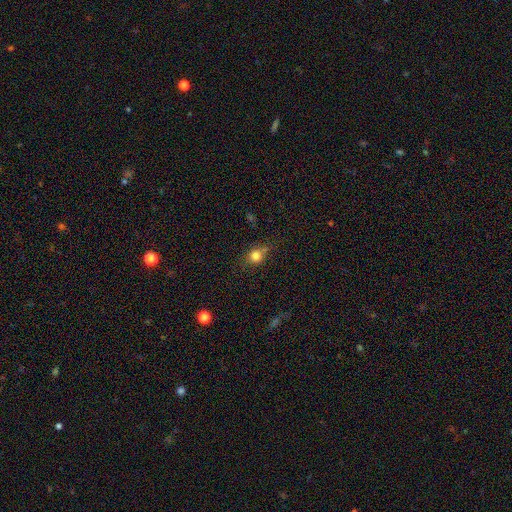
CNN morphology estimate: Q: Smooth or featured?
A: smooth (79%); runner-up: star or artifact (12%)
Q: How rounded?
A: round (74%); runner-up: in between (24%)
Q: Merging?
A: none (63%); runner-up: minor disturbance (23%)